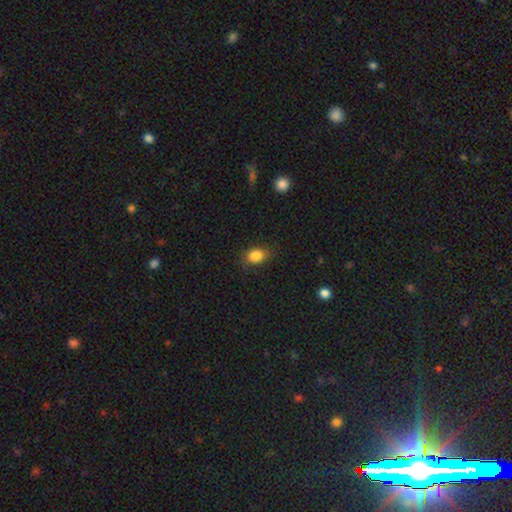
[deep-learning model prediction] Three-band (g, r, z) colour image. It shows a smooth galaxy with no disk features (85%) that is in between round and cigar-shaped (72%). Merging: none (76%).